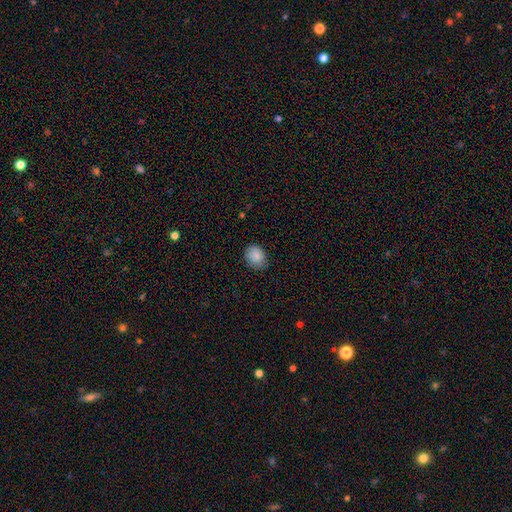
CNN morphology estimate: Smooth or featured? Predicted: smooth (p=0.87). How rounded? Predicted: round (p=0.54). Merging? Predicted: none (p=0.81).